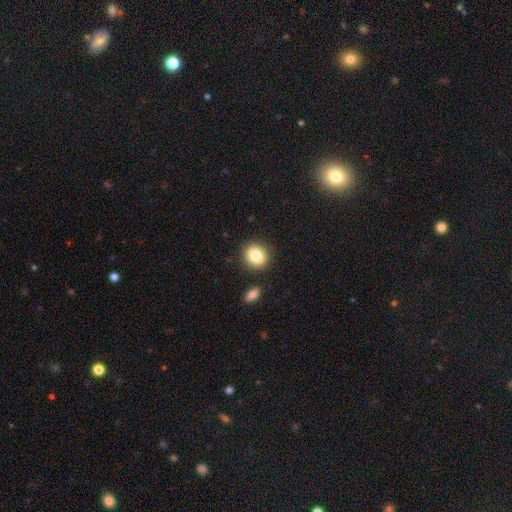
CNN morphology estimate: smooth-or-featured: smooth: 82% | star or artifact: 9% | featured or disk: 9%
  how-rounded: round: 80% | in between: 19% | cigar-shaped: 1%
  merging: none: 86% | minor disturbance: 8% | merger: 4% | major disturbance: 2%